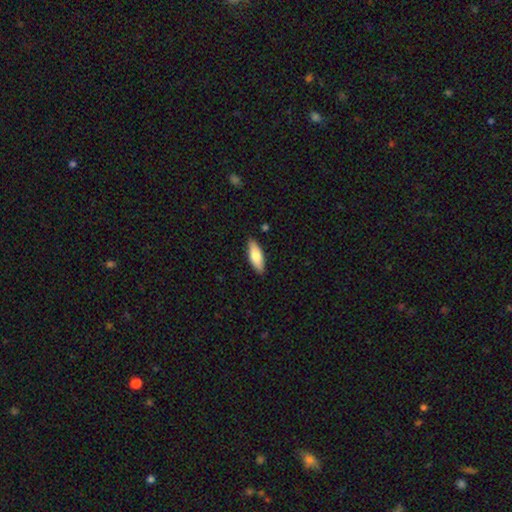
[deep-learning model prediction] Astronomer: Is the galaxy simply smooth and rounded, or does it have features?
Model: smooth — 77%.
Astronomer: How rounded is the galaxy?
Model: in between — 67%.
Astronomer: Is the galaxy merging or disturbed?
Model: none — 87%.